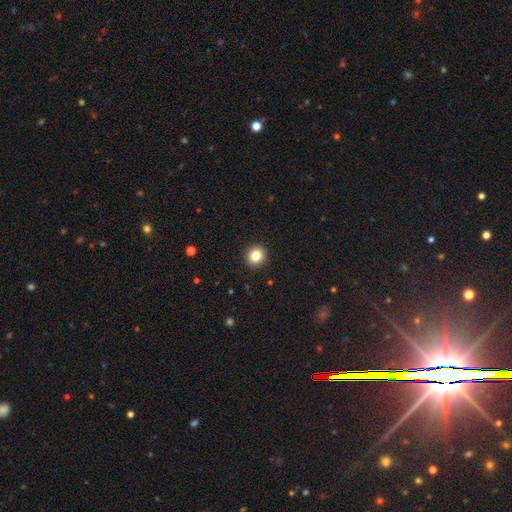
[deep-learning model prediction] The model was most divided on "how rounded": round: 84%, in between: 15%, cigar-shaped: 1%. More confident: merging — none (93%); smooth or featured — smooth (85%).